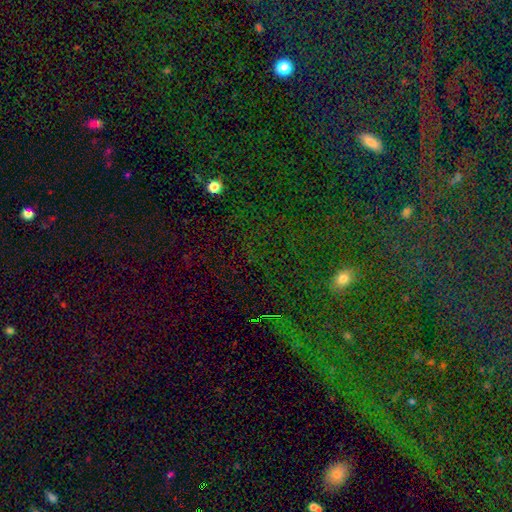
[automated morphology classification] The model was most divided on "smooth or featured": star or artifact: 79%, smooth: 13%, featured or disk: 9%.